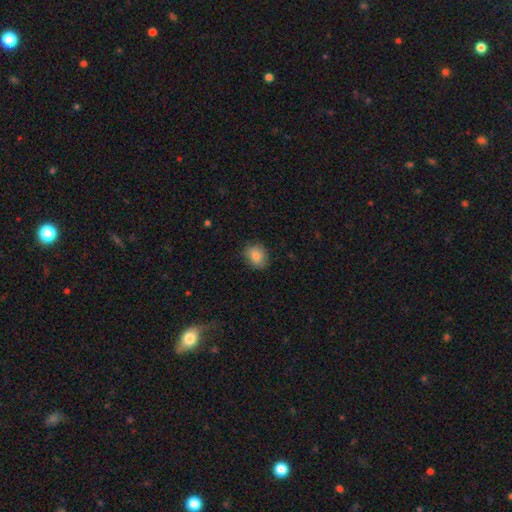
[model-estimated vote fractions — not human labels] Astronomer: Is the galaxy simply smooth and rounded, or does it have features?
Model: smooth — 83%.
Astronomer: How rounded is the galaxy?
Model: round — 55% (runner-up: in between, 44%).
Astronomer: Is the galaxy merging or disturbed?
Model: none — 79%.